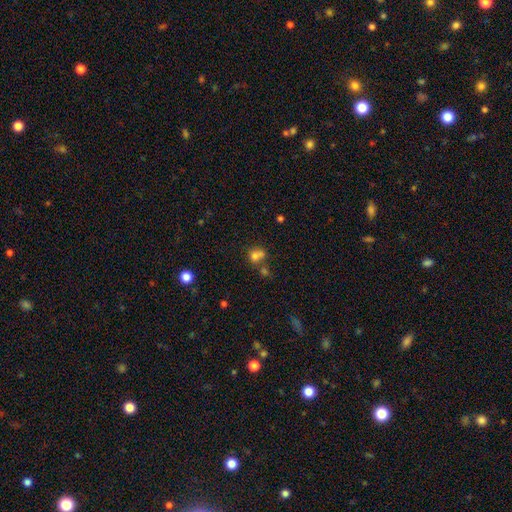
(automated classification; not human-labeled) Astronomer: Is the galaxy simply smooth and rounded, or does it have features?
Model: smooth — 71%.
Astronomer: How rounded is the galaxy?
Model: round — 71%.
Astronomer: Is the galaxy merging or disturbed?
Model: merger — 51% (runner-up: none, 35%).